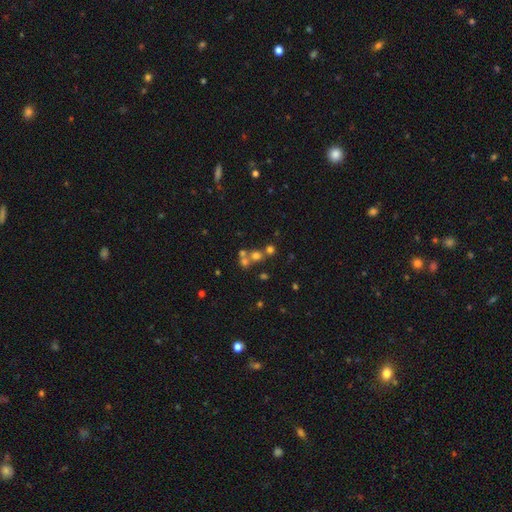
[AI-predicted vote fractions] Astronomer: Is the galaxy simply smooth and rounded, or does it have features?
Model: smooth — 55%.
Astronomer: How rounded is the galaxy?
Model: round — 85%.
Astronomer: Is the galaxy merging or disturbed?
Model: none — 48% (runner-up: merger, 41%).